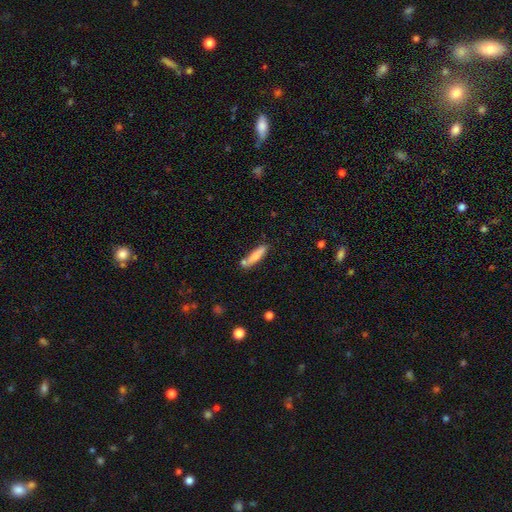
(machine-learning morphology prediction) Q: Smooth or featured?
A: smooth (74%); runner-up: featured or disk (20%)
Q: How rounded?
A: cigar-shaped (79%); runner-up: in between (19%)
Q: Merging?
A: none (69%); runner-up: minor disturbance (15%)